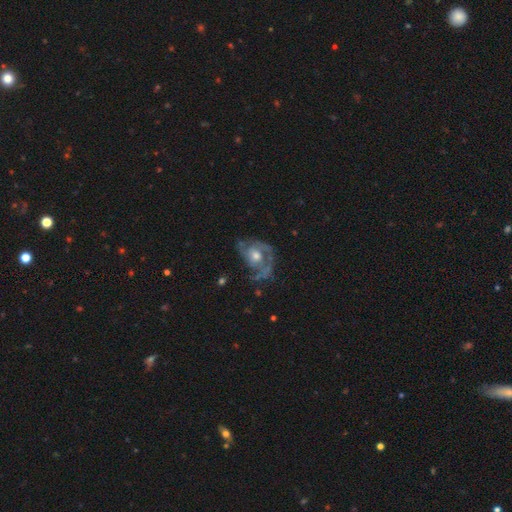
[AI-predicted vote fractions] Smooth or featured? featured or disk (82%)
Edge-on disk? no (97%)
Bar? no (72%)
Spiral arms? yes (90%)
Spiral winding? medium (46%)
Spiral arm count? 2 (50%)
Bulge size? moderate (67%)
Merging? none (50%)